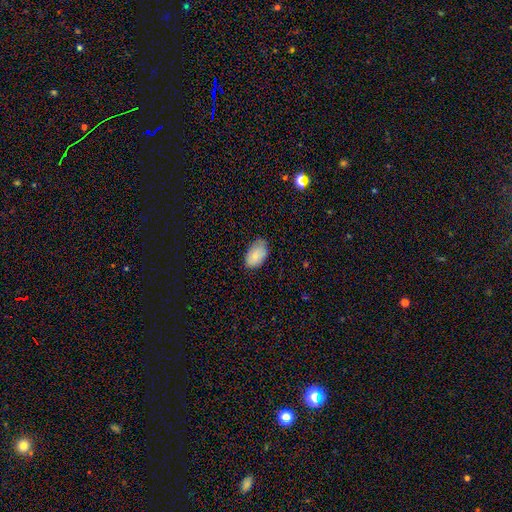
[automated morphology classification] smooth 82%, featured or disk 11%, star or artifact 7%. Down the decision tree: how rounded — in between (92%); merging — none (70%).